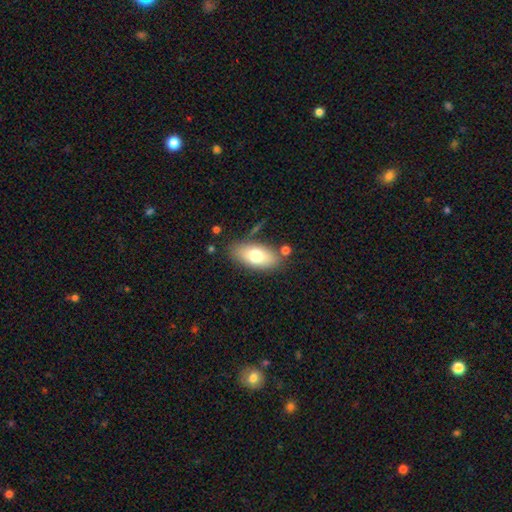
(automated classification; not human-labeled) smooth-or-featured: smooth: 71% | featured or disk: 21% | star or artifact: 8%
  how-rounded: in between: 89% | cigar-shaped: 7% | round: 4%
  merging: none: 77% | minor disturbance: 13% | merger: 6% | major disturbance: 4%